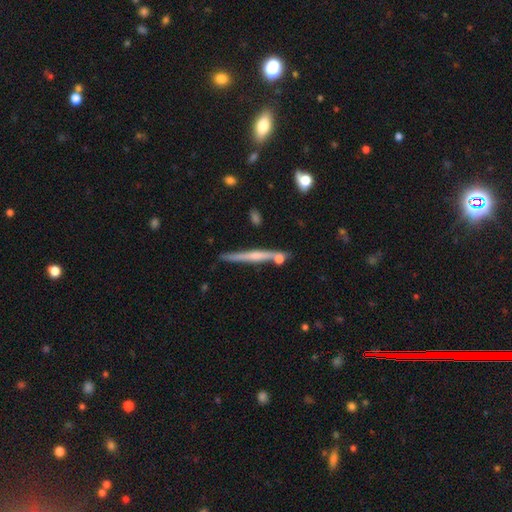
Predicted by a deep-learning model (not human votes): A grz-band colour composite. It shows a featured or disk galaxy (59%) viewed edge-on (97%) with a rounded central bulge (45%). Merging: none (78%).